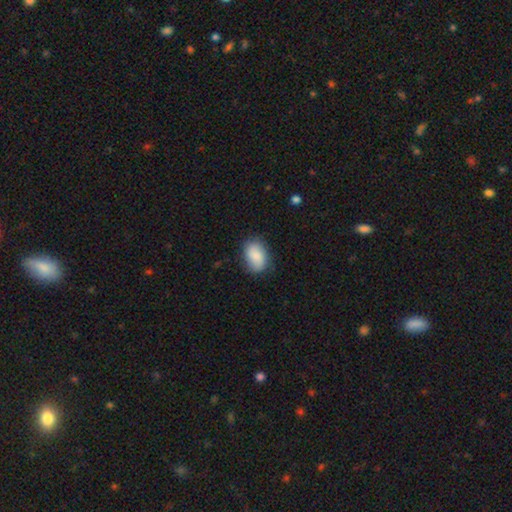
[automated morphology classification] smooth_or_featured: smooth (p=0.85) [alt: featured or disk p=0.09]
how_rounded: in between (p=0.85) [alt: round p=0.14]
merging: none (p=0.76) [alt: minor disturbance p=0.18]